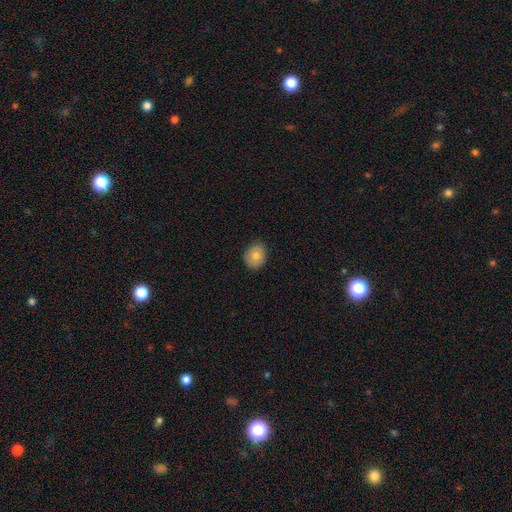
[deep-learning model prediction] This is likely a smooth galaxy (77%). How rounded: likely round (61%). Merging: clearly none (85%).